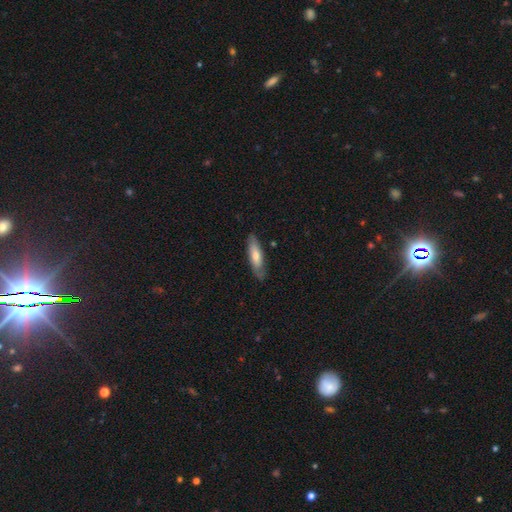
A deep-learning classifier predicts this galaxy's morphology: smooth 63%, featured or disk 31%, star or artifact 6%. Down the decision tree: how rounded — cigar-shaped (64%); merging — none (80%).